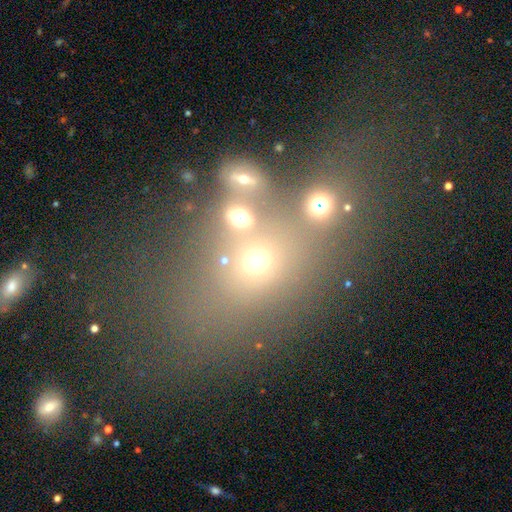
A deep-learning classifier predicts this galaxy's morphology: The model was most divided on "merging": none: 44%, merger: 32%, minor disturbance: 13%, major disturbance: 12%. Remaining: smooth or featured — smooth (47%).